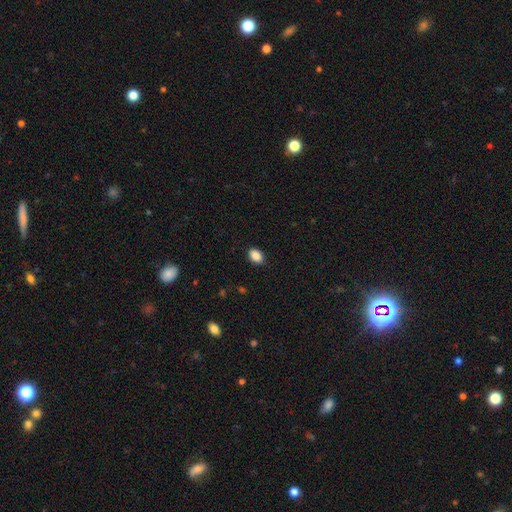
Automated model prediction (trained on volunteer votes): The model was most divided on "how rounded": in between: 82%, round: 17%, cigar-shaped: 1%. More confident: smooth or featured — smooth (88%); merging — none (87%).